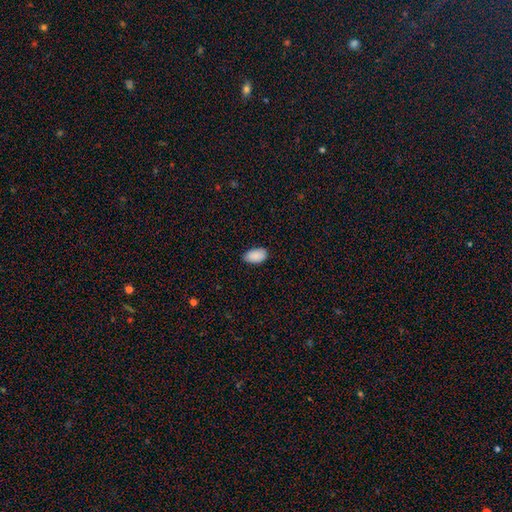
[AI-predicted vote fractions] This is clearly a smooth galaxy (90%). How rounded: clearly in between (94%). Merging: clearly none (83%).